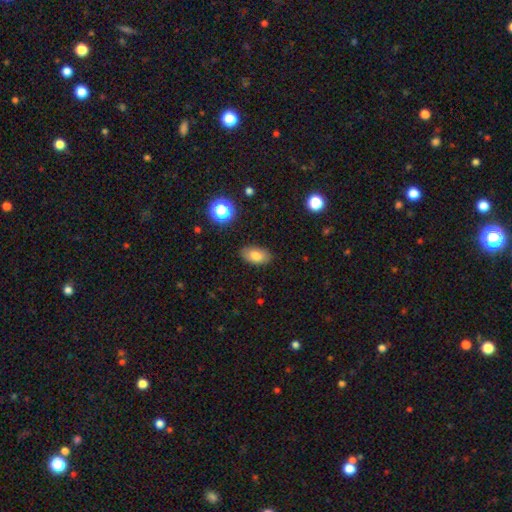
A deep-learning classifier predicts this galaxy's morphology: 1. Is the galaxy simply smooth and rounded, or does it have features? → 81% smooth, 10% featured or disk, 9% star or artifact.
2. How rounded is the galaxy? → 92% in between, 6% round, 3% cigar-shaped.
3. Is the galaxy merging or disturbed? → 86% none, 11% minor disturbance, 2% major disturbance, 1% merger.